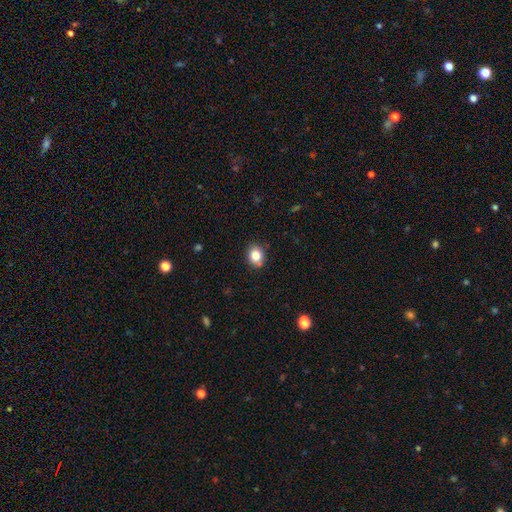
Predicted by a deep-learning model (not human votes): This is clearly a smooth galaxy (82%). How rounded: possibly round (53%). Merging: clearly none (85%).